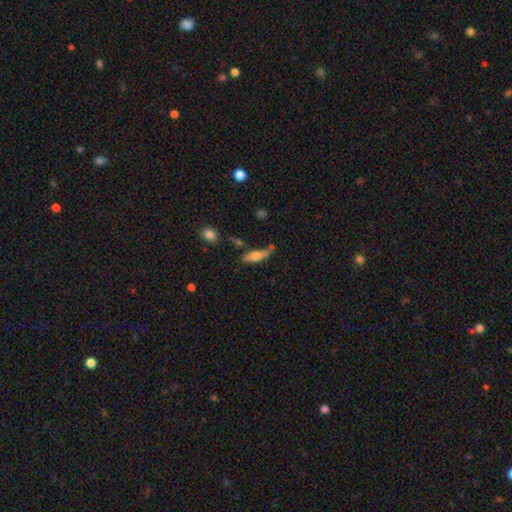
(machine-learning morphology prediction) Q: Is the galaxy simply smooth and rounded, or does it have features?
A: smooth — 64%.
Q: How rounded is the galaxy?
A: cigar-shaped — 57%.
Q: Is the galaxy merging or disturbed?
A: none — 61%.